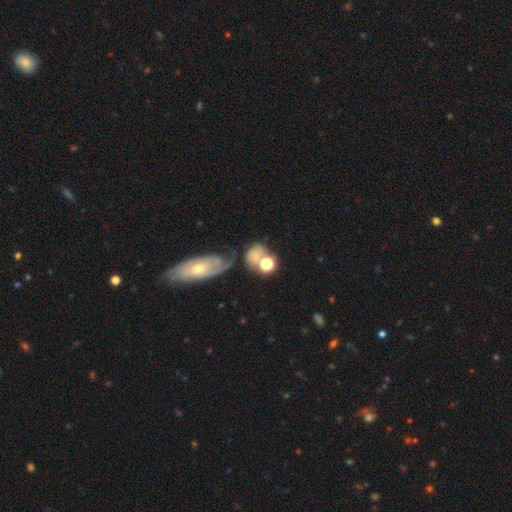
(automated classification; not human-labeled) This is possibly a smooth galaxy (59%). How rounded: likely round (64%). Merging: marginally merger (35%).